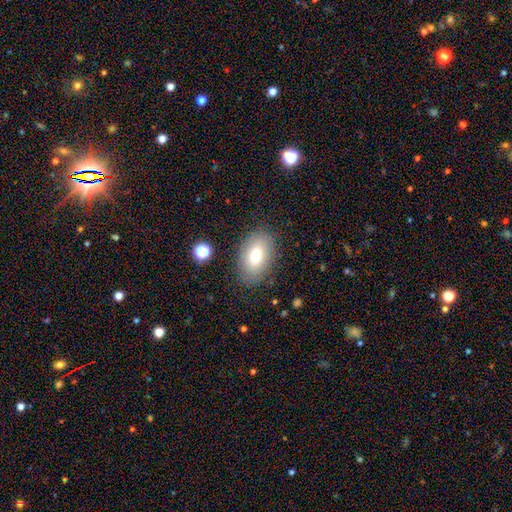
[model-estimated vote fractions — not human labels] Smooth or featured? smooth (79%)
How rounded? in between (91%)
Merging? none (83%)